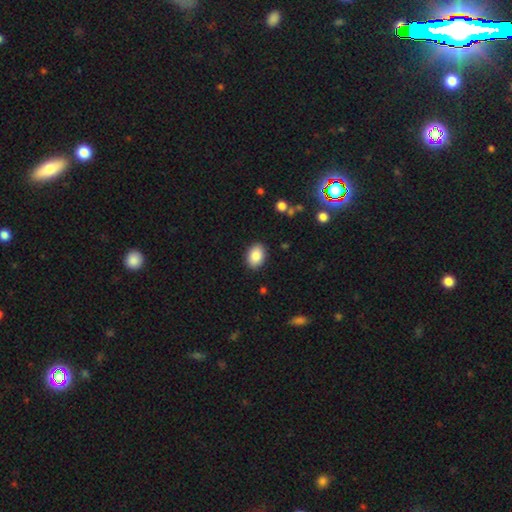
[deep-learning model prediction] smooth-or-featured: smooth: 87% | star or artifact: 7% | featured or disk: 5%
  how-rounded: in between: 81% | round: 18% | cigar-shaped: 1%
  merging: none: 89% | minor disturbance: 8% | major disturbance: 2% | merger: 1%